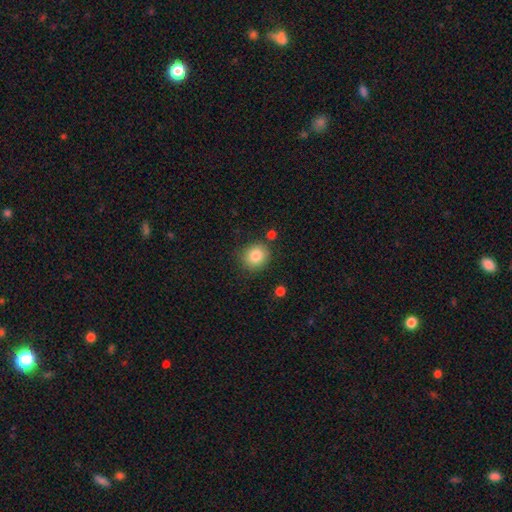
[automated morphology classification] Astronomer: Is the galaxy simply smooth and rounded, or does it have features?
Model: smooth — 84%.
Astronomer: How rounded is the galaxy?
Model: round — 79%.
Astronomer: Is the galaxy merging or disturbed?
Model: none — 82%.